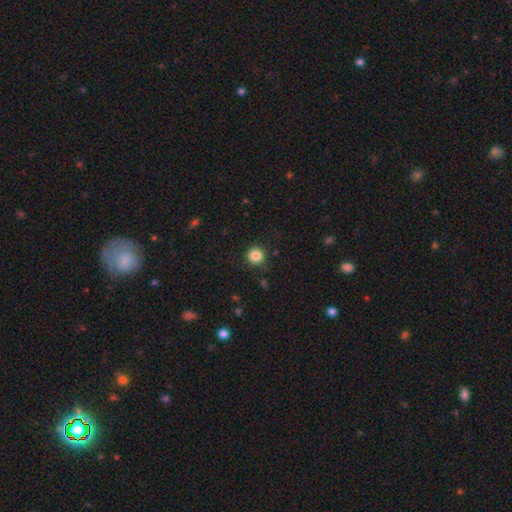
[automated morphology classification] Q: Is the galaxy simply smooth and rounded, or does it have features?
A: smooth — 85%.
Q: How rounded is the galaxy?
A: round — 95%.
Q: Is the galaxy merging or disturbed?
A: none — 90%.